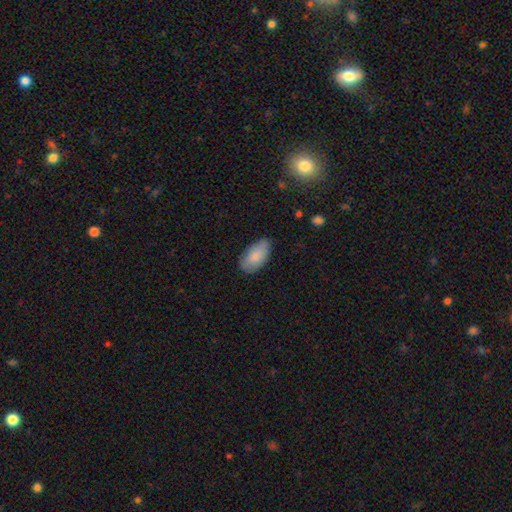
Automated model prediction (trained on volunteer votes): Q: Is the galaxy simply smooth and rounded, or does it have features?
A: smooth — 85%.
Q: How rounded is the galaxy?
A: in between — 95%.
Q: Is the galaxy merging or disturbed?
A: none — 76%.